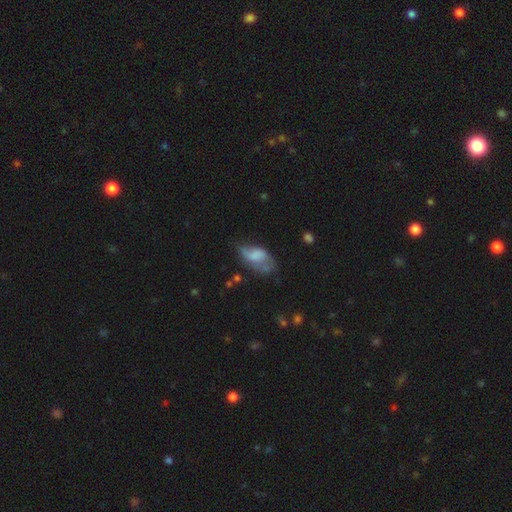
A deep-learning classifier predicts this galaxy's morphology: smooth 51%, featured or disk 40%, star or artifact 9%. Down the decision tree: how rounded — in between (90%); merging — major disturbance (32%).